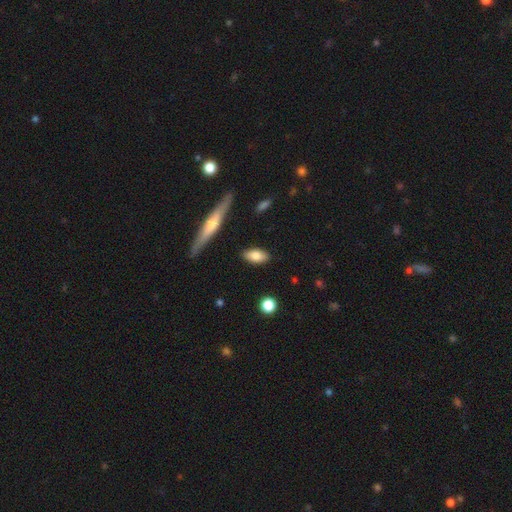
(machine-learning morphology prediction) This appears to be a smooth galaxy with no disk features (80%) that is in between round and cigar-shaped (87%). Merging: none (86%).